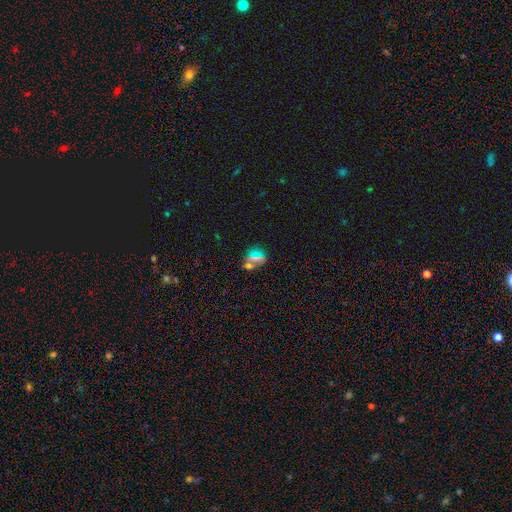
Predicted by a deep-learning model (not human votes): This is possibly a smooth galaxy (54%). How rounded: likely round (64%). Merging: likely none (69%).